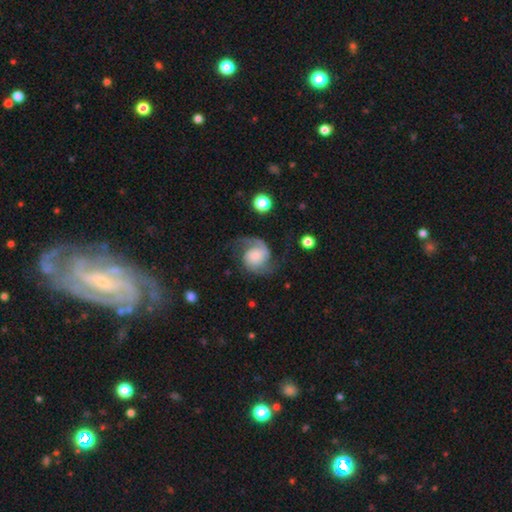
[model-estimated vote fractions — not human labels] Smooth or featured? Predicted: featured or disk (p=0.86). Edge-on disk? Predicted: no (p=0.98). Bar? Predicted: no (p=0.65). Spiral arms? Predicted: yes (p=0.98). Spiral winding? Predicted: medium (p=0.52). Spiral arm count? Predicted: 2 (p=0.90). Bulge size? Predicted: small (p=0.35). Merging? Predicted: none (p=0.69).